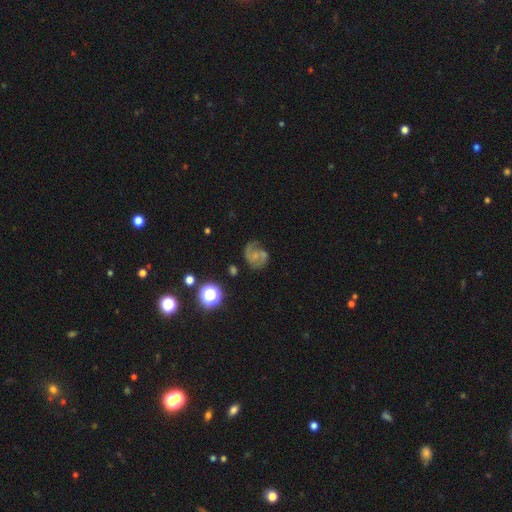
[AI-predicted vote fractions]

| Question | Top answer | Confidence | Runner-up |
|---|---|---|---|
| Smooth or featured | featured or disk | 60% | smooth (27%) |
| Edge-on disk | no | 98% | yes (2%) |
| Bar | no | 73% | weak (23%) |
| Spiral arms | yes | 80% | no (20%) |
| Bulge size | small | 58% | moderate (20%) |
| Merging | none | 44% | major disturbance (23%) |